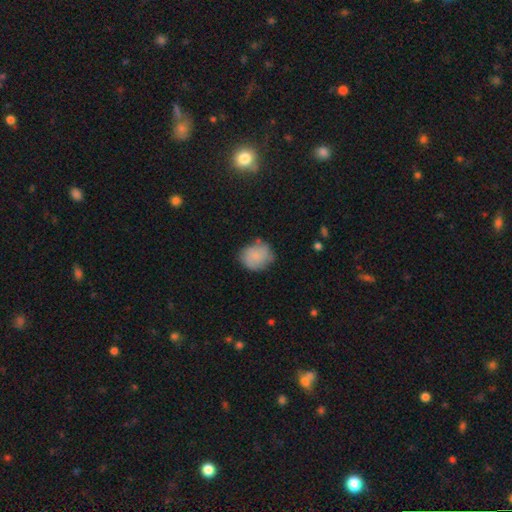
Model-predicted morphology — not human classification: Smooth or featured? smooth (73%)
How rounded? round (74%)
Merging? none (68%)